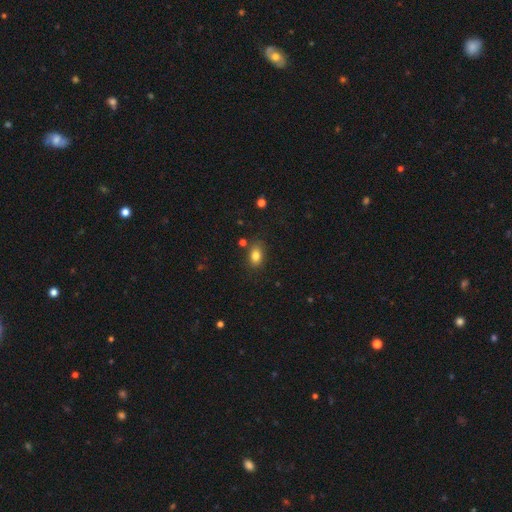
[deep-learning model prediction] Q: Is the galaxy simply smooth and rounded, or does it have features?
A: smooth — 82%.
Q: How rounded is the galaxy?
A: in between — 84%.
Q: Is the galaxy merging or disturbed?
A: none — 80%.